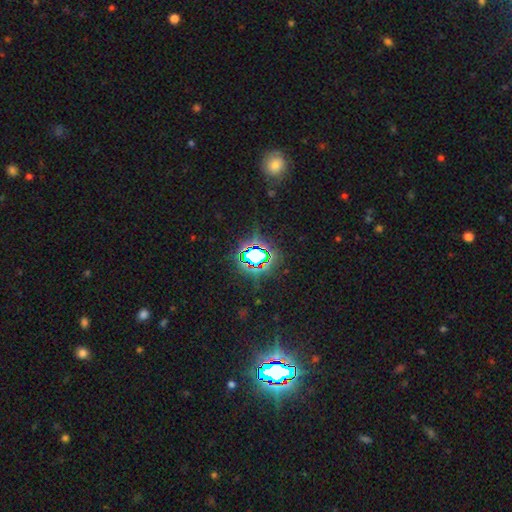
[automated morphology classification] Smooth or featured?
  - star or artifact: 76% *
  - smooth: 14%
  - featured or disk: 10%